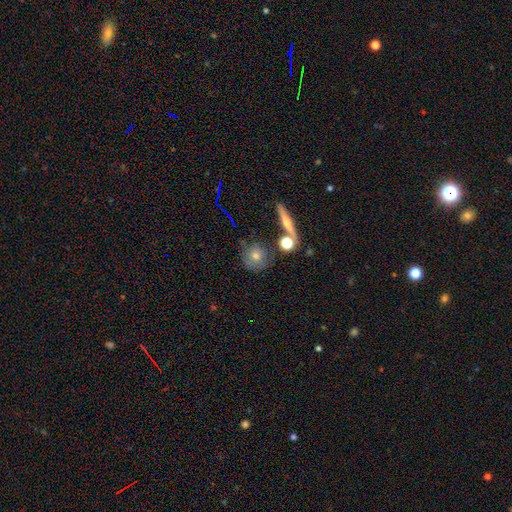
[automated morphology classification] Q: Smooth or featured?
A: smooth (57%); runner-up: featured or disk (29%)
Q: How rounded?
A: round (85%); runner-up: in between (11%)
Q: Merging?
A: none (70%); runner-up: minor disturbance (14%)